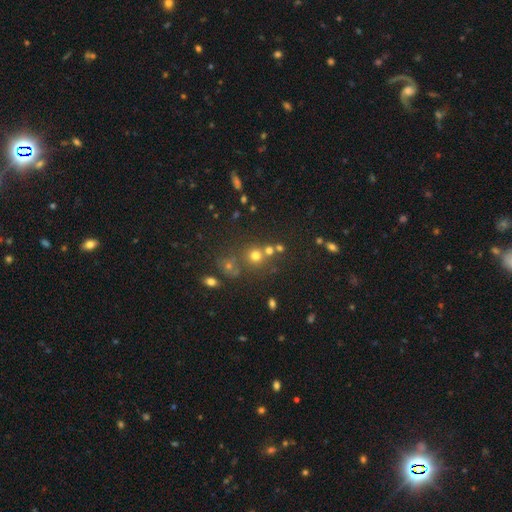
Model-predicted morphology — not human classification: smooth 67%, star or artifact 23%, featured or disk 10%. Down the decision tree: how rounded — round (89%); merging — none (64%).